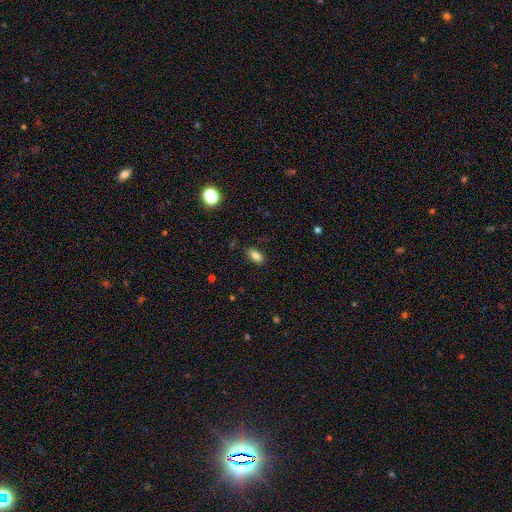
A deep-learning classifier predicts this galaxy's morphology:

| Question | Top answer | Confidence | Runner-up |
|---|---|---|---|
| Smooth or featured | smooth | 82% | star or artifact (10%) |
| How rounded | in between | 89% | round (7%) |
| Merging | none | 83% | minor disturbance (13%) |